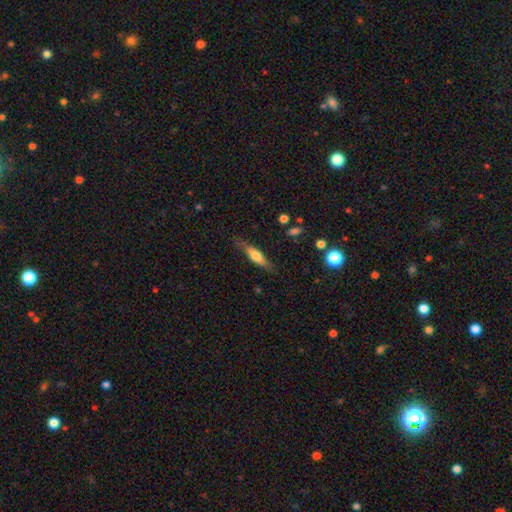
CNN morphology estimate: smooth-or-featured: smooth: 51% | featured or disk: 42% | star or artifact: 6%
  how-rounded: cigar-shaped: 68% | in between: 30% | round: 2%
  merging: none: 77% | minor disturbance: 17% | major disturbance: 4% | merger: 2%